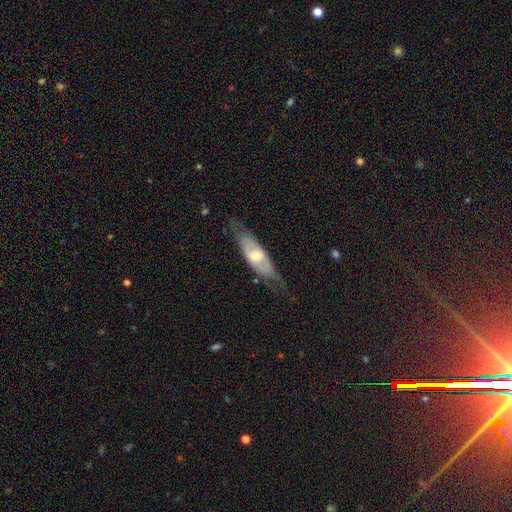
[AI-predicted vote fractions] A featured or disk galaxy (57%).

Vote fractions:
- Smooth or featured? featured or disk: 57% / smooth: 36% / star or artifact: 6%
- Edge-on disk? no: 59% / yes: 41%
- Merging? none: 65% / minor disturbance: 23% / major disturbance: 11% / merger: 2%